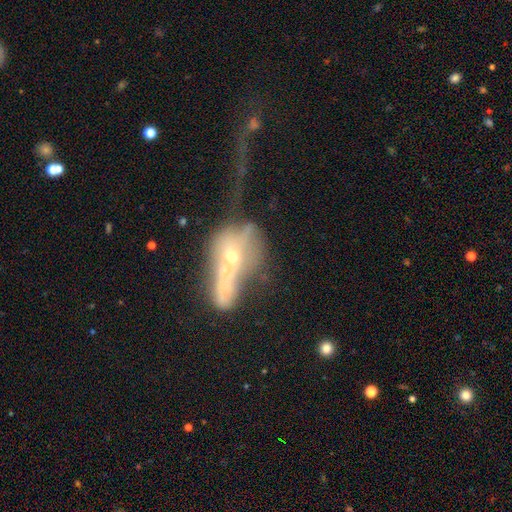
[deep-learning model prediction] This is possibly a featured or disk galaxy (51%). It is clearly not viewed edge-on (82%). Merging: likely merger (63%).